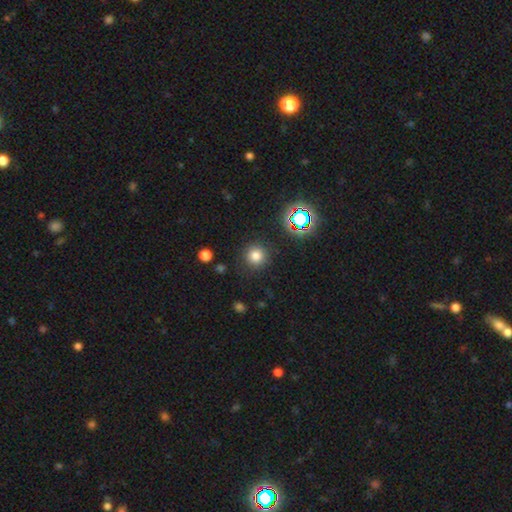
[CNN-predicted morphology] Overall: smooth (76%). How rounded: round (94%). Merging: none (87%).